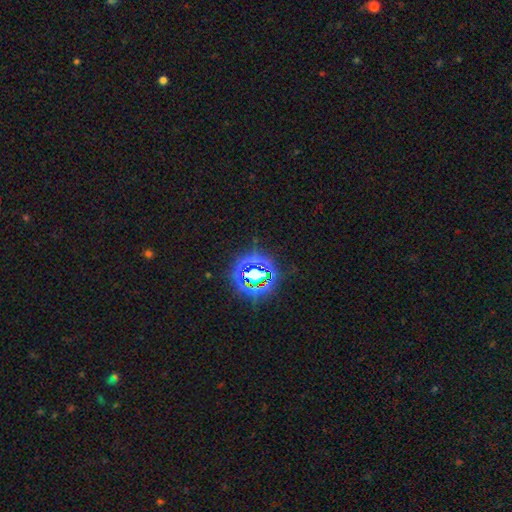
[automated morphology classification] Smooth or featured: star or artifact — 77% (smooth — 15%)